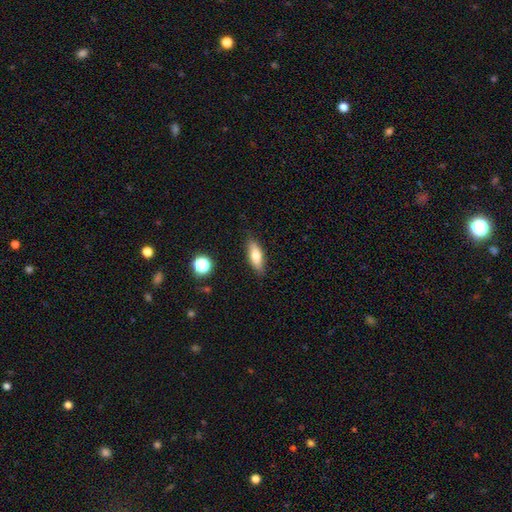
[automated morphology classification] This appears to be a smooth galaxy with no disk features (72%) that is in between round and cigar-shaped (64%). Merging: none (84%).